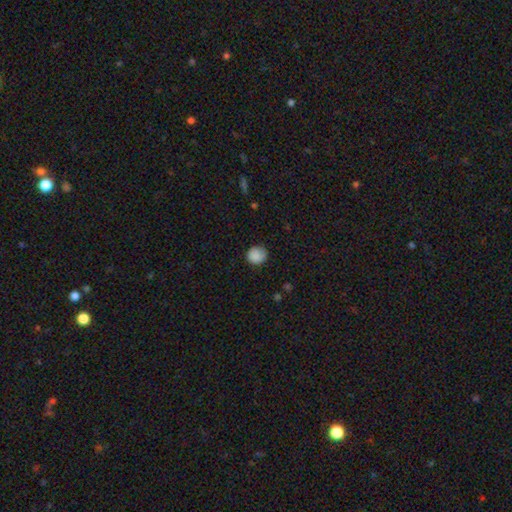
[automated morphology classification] smooth_or_featured: smooth (p=0.88) [alt: star or artifact p=0.09]
how_rounded: round (p=0.88) [alt: in between p=0.11]
merging: none (p=0.80) [alt: minor disturbance p=0.15]